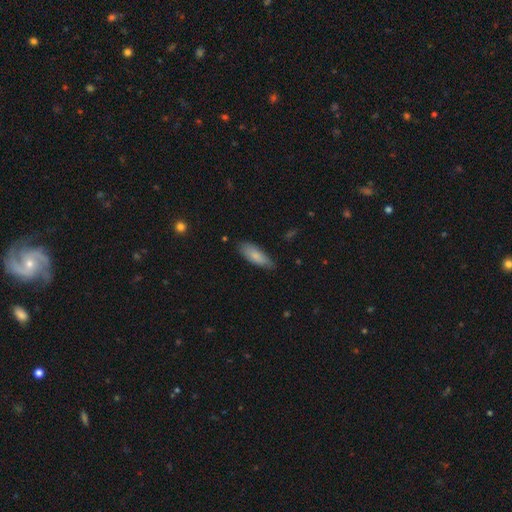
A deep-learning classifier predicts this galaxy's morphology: A smooth galaxy with no disk features (80%) that is in between round and cigar-shaped (71%).

Vote fractions:
- Smooth or featured? smooth: 80% / featured or disk: 14% / star or artifact: 6%
- How rounded? in between: 71% / cigar-shaped: 27% / round: 2%
- Merging? none: 76% / minor disturbance: 20% / major disturbance: 3% / merger: 1%